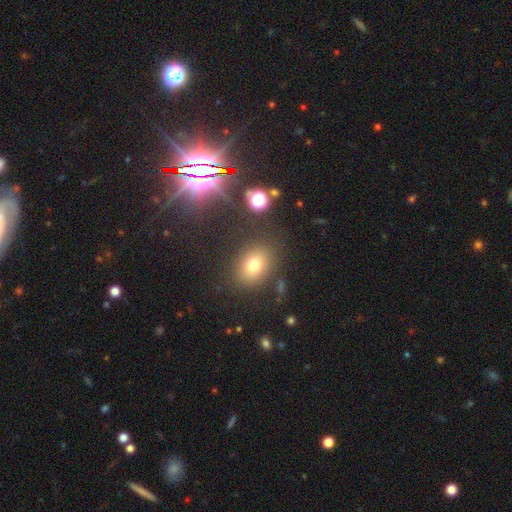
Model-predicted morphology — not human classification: Smooth or featured? smooth (47%)
Merging? none (84%)